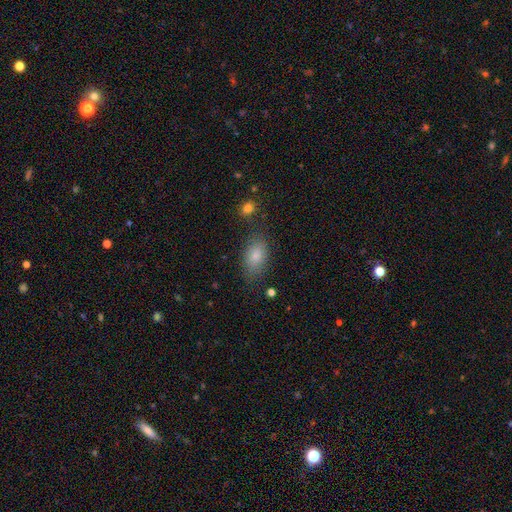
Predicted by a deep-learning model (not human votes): The model was most divided on "merging": none: 77%, minor disturbance: 15%, major disturbance: 5%, merger: 3%. More confident: how rounded — in between (89%); smooth or featured — smooth (83%).